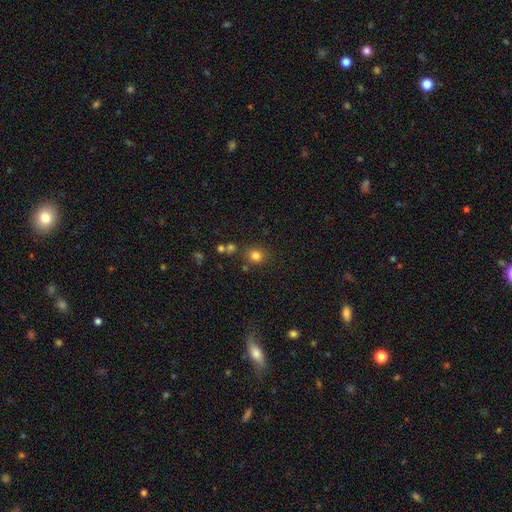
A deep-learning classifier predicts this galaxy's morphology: type=smooth (80%); roundness=round (78%); merging=none (80%).